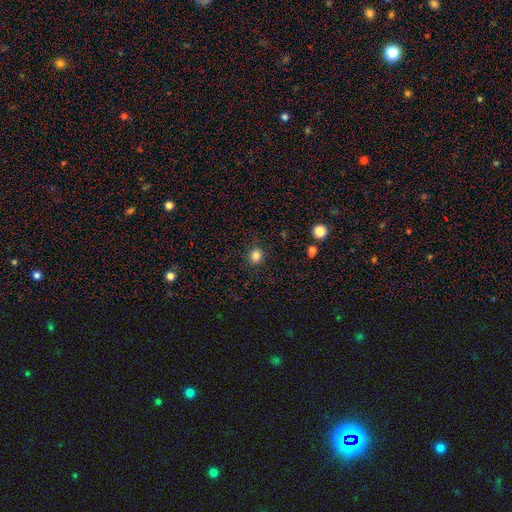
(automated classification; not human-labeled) smooth_or_featured: smooth (p=0.83) [alt: star or artifact p=0.12]
how_rounded: round (p=0.80) [alt: in between p=0.19]
merging: none (p=0.88) [alt: minor disturbance p=0.09]